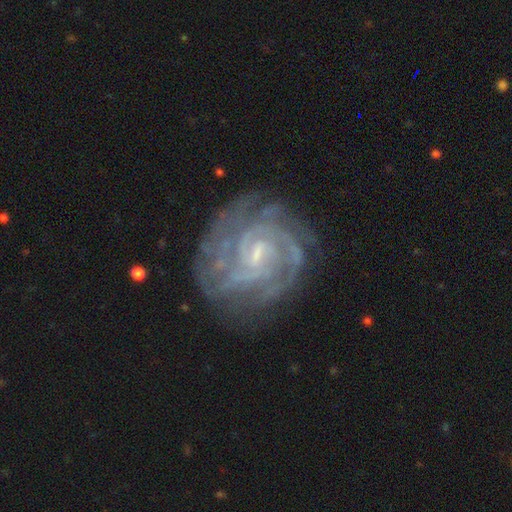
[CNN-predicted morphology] featured or disk 89%, star or artifact 6%, smooth 5%. Down the decision tree: edge-on disk — no (98%); bar — weak (55%); spiral arms — yes (97%); spiral arm count — can't tell (25%); spiral winding — tight (73%); bulge size — small (67%); merging — none (77%).